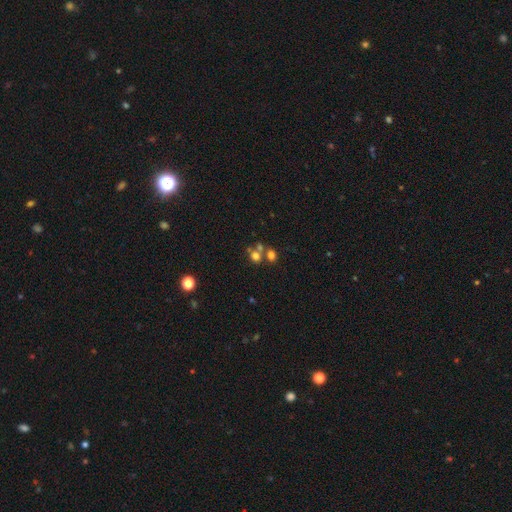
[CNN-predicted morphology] Smooth or featured: smooth — 67% (star or artifact — 19%)
How rounded: round — 71% (in between — 28%)
Merging: none — 44% (tied with merger — 44%)